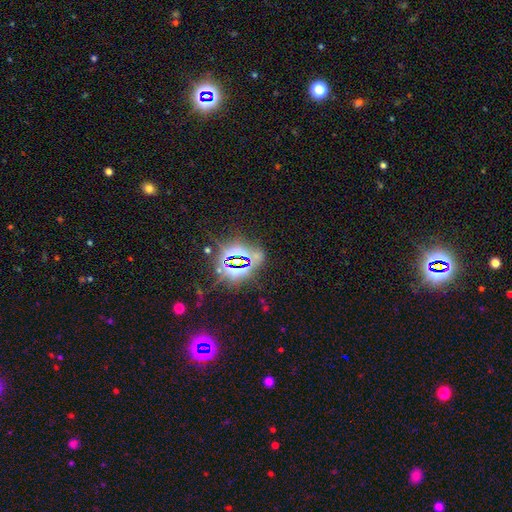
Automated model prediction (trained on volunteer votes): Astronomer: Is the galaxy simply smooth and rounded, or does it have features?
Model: star or artifact — 79%.